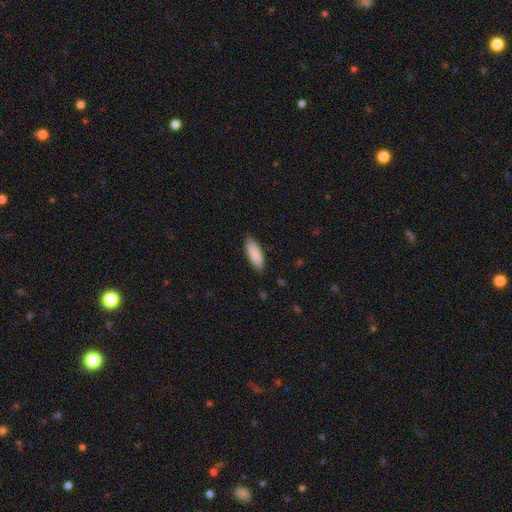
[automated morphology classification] type=smooth (89%); roundness=in between (63%); merging=none (84%).